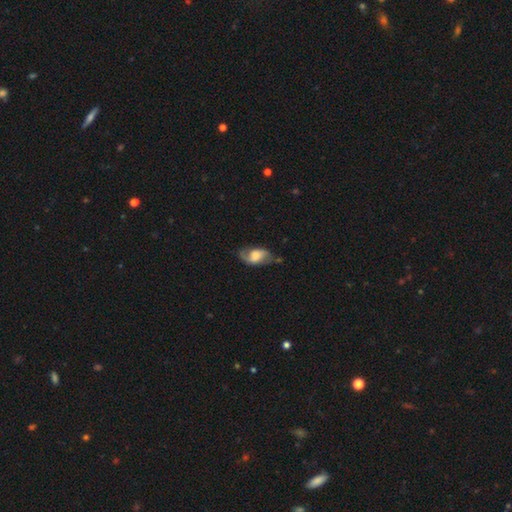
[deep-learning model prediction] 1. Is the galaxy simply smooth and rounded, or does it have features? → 62% featured or disk, 31% smooth, 7% star or artifact.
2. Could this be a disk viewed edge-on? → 94% no, 6% yes.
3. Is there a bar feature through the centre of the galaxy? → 42% no, 41% weak, 16% strong.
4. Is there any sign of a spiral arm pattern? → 86% yes, 14% no.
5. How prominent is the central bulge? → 36% large, 30% moderate, 17% small, 12% none, 5% dominant.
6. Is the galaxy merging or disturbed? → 62% none, 24% minor disturbance, 12% major disturbance, 3% merger.